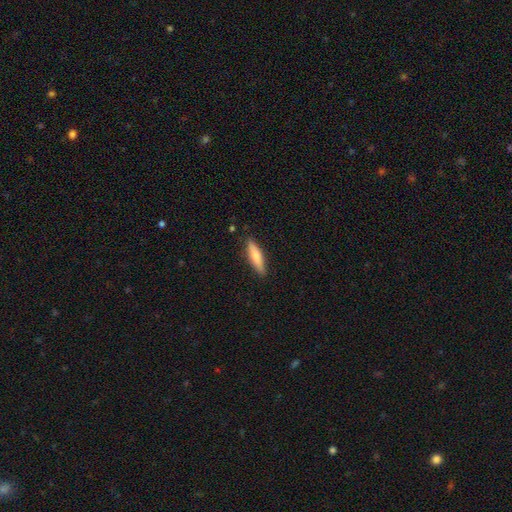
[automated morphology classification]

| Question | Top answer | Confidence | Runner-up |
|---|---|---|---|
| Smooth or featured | smooth | 74% | featured or disk (21%) |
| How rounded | cigar-shaped | 76% | in between (23%) |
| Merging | none | 87% | minor disturbance (10%) |